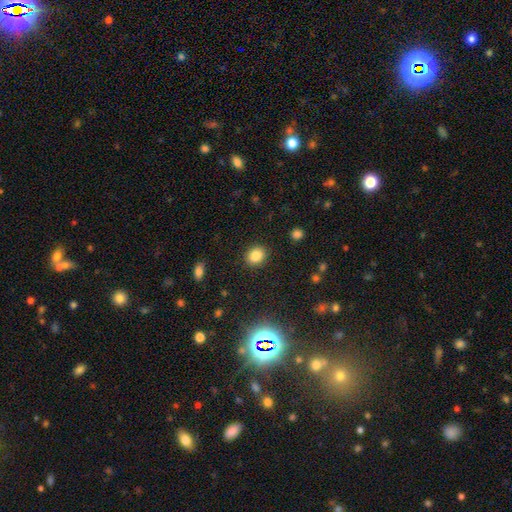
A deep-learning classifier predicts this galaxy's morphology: smooth 84%, star or artifact 11%, featured or disk 5%. Down the decision tree: how rounded — round (62%); merging — none (89%).